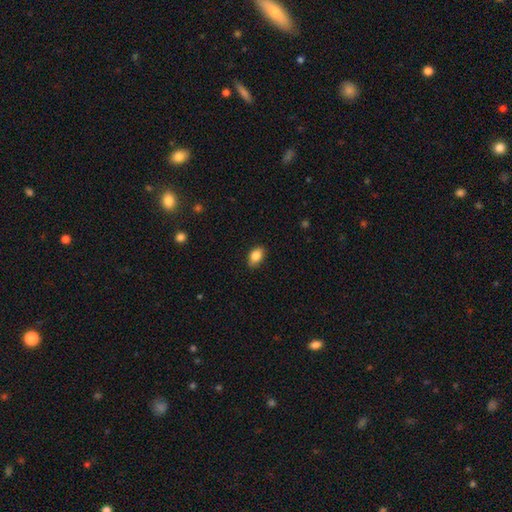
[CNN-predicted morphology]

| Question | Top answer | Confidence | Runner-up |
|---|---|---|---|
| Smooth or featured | smooth | 84% | star or artifact (8%) |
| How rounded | in between | 84% | round (13%) |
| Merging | none | 81% | minor disturbance (15%) |